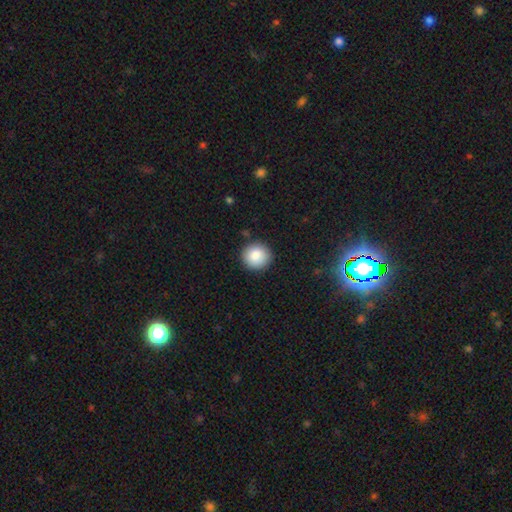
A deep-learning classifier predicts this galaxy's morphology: A smooth galaxy with no disk features (86%) that is round (91%). Merging: none (89%).